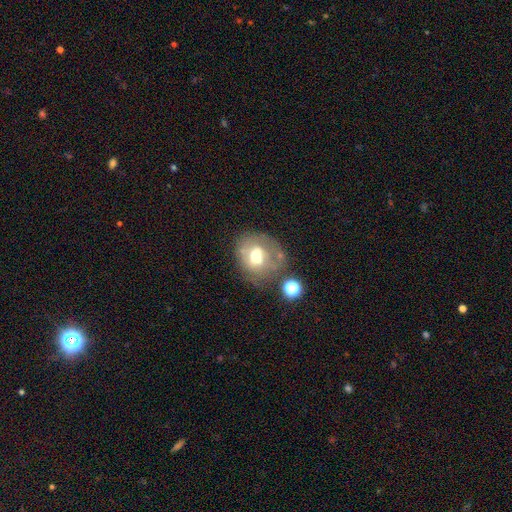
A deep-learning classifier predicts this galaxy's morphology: This appears to be a smooth galaxy with no disk features (49%). Merging: none (47%).